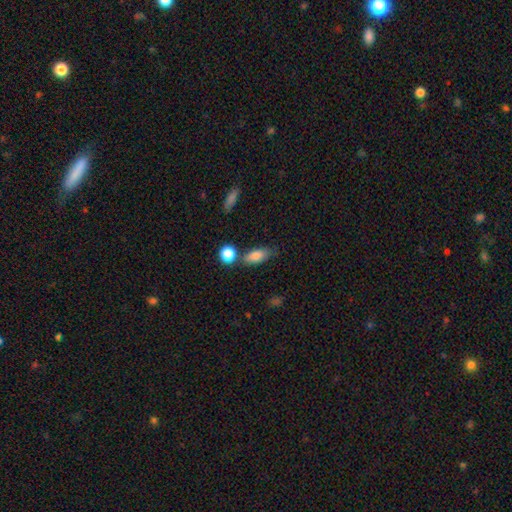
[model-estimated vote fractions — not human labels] Smooth or featured? smooth (82%)
How rounded? in between (79%)
Merging? none (64%)